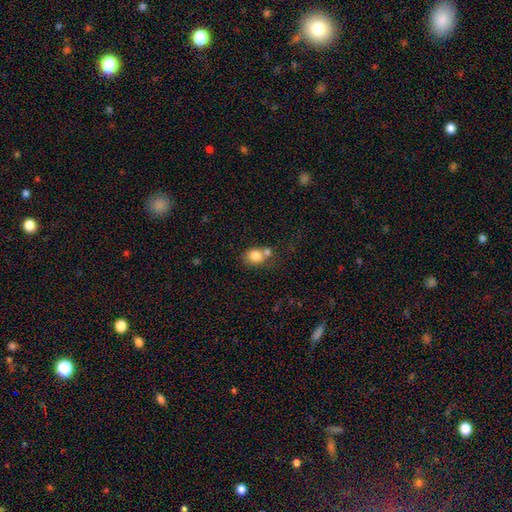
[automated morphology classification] A smooth galaxy with no disk features (81%) that is round (58%).

Vote fractions:
- Smooth or featured? smooth: 81% / featured or disk: 10% / star or artifact: 10%
- How rounded? round: 58% / in between: 41% / cigar-shaped: 1%
- Merging? merger: 44% / none: 38% / minor disturbance: 12% / major disturbance: 6%